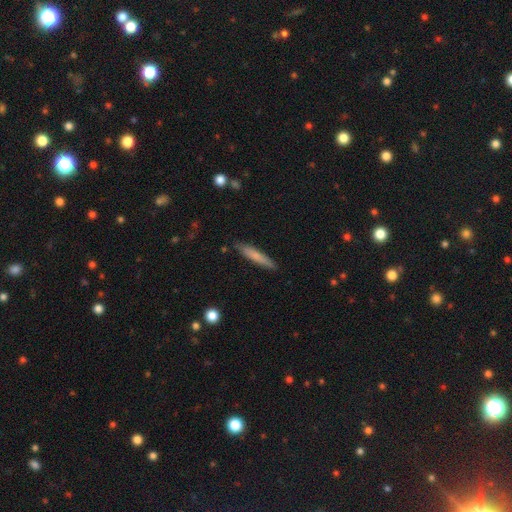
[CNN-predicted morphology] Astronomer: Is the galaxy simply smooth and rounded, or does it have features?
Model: smooth — 73%.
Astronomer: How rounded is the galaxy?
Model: cigar-shaped — 91%.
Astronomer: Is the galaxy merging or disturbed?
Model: none — 86%.